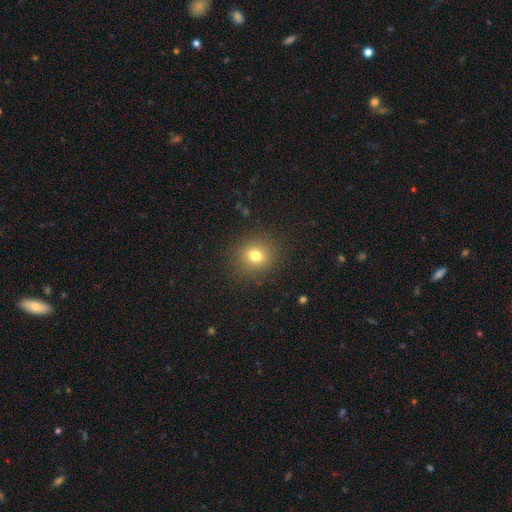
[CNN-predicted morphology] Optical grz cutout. It shows a smooth galaxy with no disk features (77%) that is round (83%). Merging: none (88%).